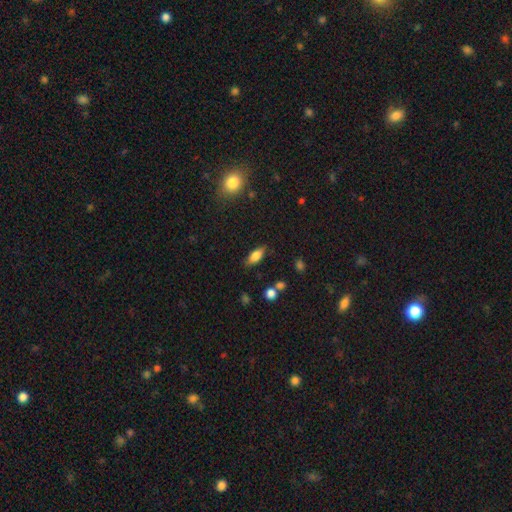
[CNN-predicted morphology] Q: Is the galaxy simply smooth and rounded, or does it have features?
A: smooth — 76%.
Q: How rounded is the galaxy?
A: in between — 80%.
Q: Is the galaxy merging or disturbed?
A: none — 81%.